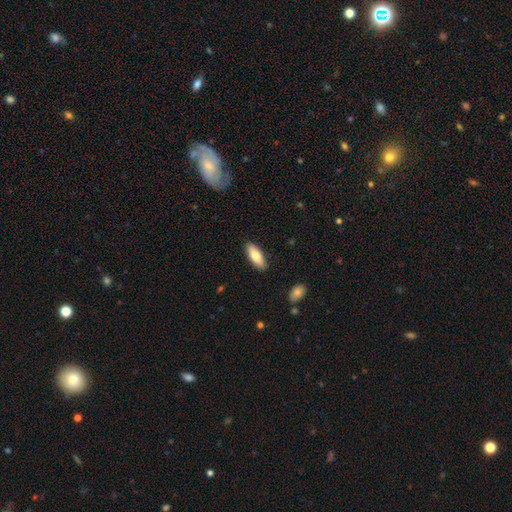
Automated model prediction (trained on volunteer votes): This appears to be a smooth galaxy with no disk features (75%) that is in between round and cigar-shaped (72%). Merging: none (89%).